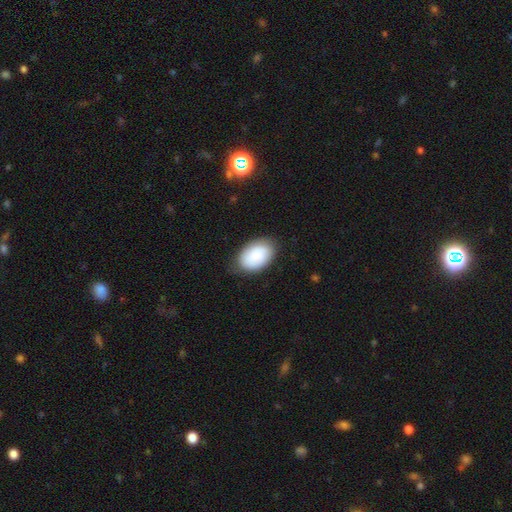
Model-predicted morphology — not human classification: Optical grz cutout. It shows a smooth galaxy with no disk features (87%) that is in between round and cigar-shaped (89%). Merging: none (77%).